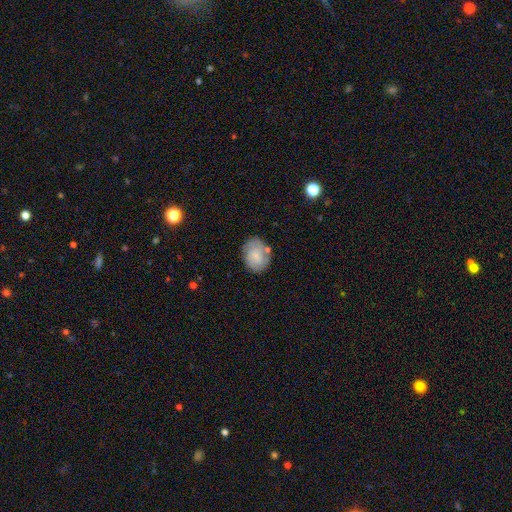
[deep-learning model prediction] This is likely a smooth galaxy (65%). How rounded: possibly in between (56%). Merging: likely none (66%).